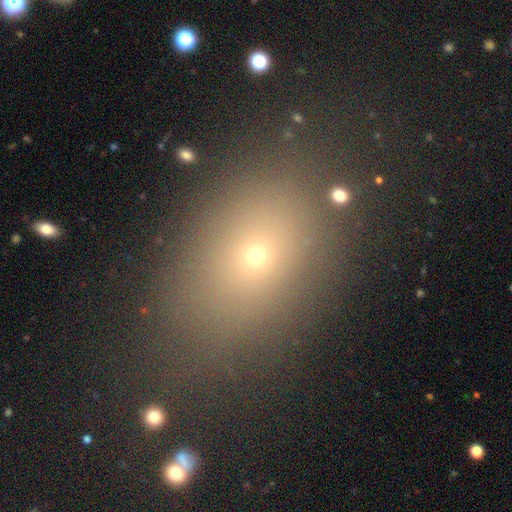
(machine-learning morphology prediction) A smooth galaxy with no disk features (62%) that is in between round and cigar-shaped (67%).

Vote fractions:
- Smooth or featured? smooth: 62% / star or artifact: 26% / featured or disk: 11%
- How rounded? in between: 67% / round: 31% / cigar-shaped: 2%
- Merging? none: 82% / minor disturbance: 10% / major disturbance: 5% / merger: 2%